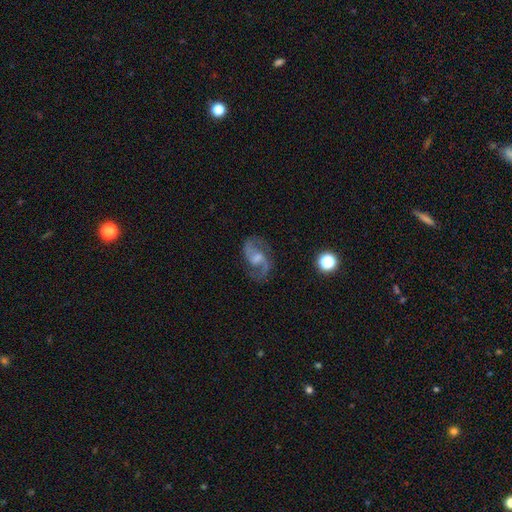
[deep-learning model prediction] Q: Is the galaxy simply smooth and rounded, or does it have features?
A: featured or disk — 87%.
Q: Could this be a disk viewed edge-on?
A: no — 98%.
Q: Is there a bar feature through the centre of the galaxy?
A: weak — 55%.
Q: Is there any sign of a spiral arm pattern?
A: yes — 97%.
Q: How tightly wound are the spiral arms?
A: medium — 51%.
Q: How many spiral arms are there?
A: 2 — 93%.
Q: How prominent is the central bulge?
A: moderate — 41%.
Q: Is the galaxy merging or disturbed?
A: none — 79%.